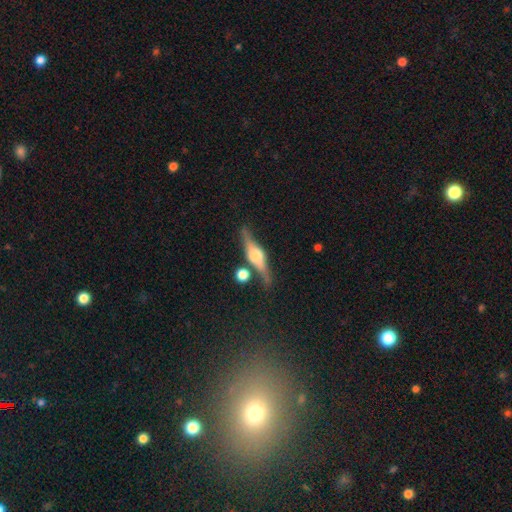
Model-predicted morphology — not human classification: type=featured or disk (78%); edge-on=yes (95%); edge-on bulge=rounded (90%); merging=none (76%).